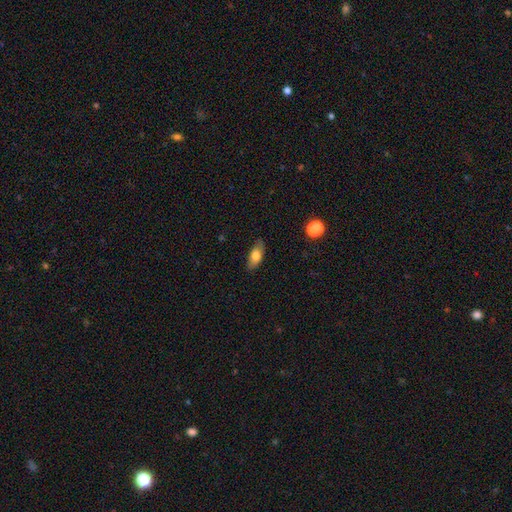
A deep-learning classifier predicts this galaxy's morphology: Smooth or featured? Predicted: smooth (p=0.72). How rounded? Predicted: in between (p=0.83). Merging? Predicted: none (p=0.80).